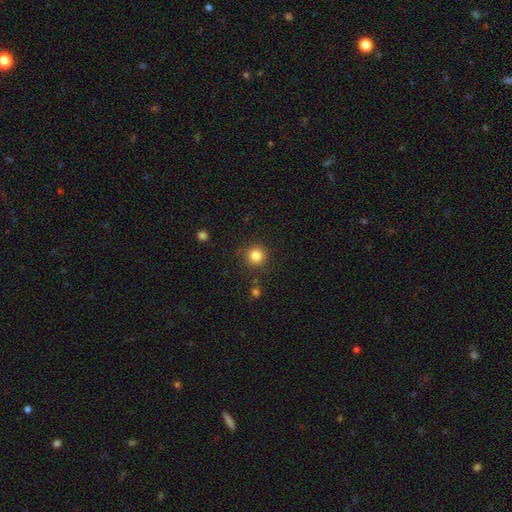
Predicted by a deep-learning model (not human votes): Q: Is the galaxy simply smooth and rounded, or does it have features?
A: smooth — 83%.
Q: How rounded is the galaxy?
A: round — 95%.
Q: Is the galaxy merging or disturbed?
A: none — 87%.